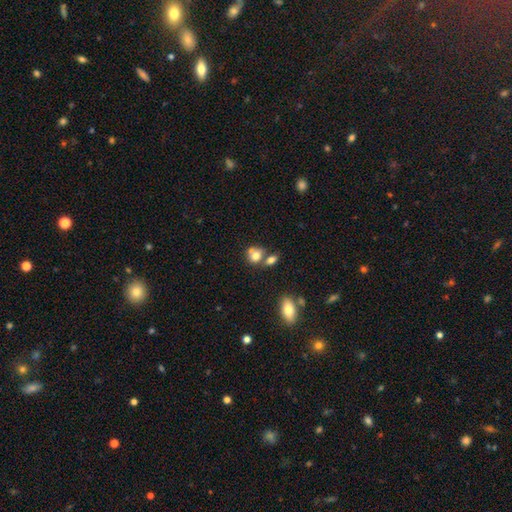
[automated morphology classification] smooth-or-featured: smooth: 75% | featured or disk: 15% | star or artifact: 10%
  how-rounded: round: 60% | in between: 38% | cigar-shaped: 2%
  merging: merger: 44% | none: 38% | minor disturbance: 13% | major disturbance: 5%